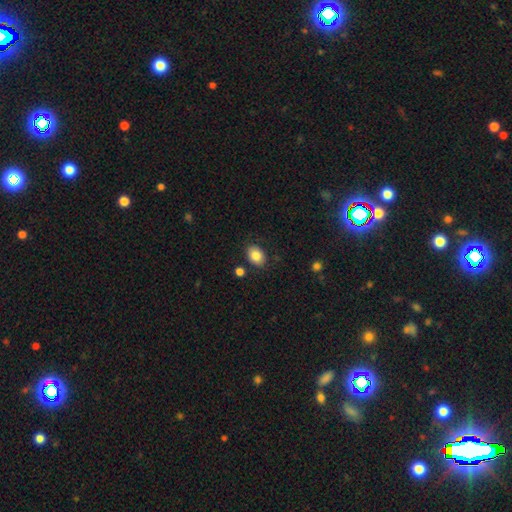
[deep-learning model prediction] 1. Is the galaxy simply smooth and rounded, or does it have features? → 85% smooth, 8% star or artifact, 7% featured or disk.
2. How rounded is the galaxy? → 72% in between, 27% round, 1% cigar-shaped.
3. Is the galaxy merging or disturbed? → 83% none, 11% minor disturbance, 3% merger, 3% major disturbance.